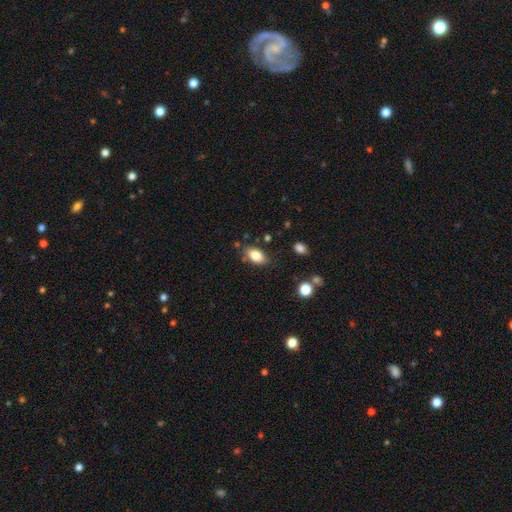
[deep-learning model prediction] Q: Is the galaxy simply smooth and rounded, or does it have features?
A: smooth — 84%.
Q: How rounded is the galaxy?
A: in between — 91%.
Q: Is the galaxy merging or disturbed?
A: none — 79%.